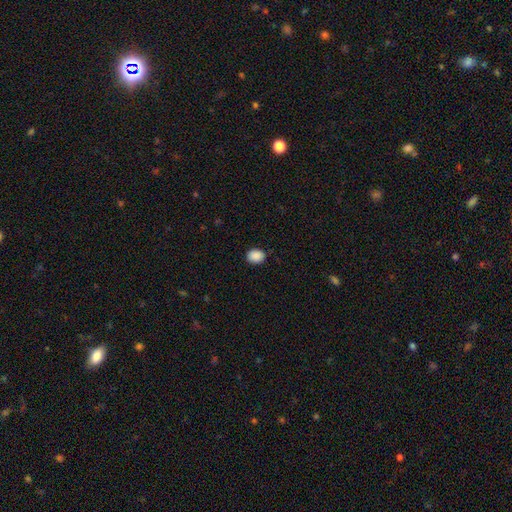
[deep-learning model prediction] smooth_or_featured: smooth (p=0.89) [alt: star or artifact p=0.08]
how_rounded: in between (p=0.56) [alt: round p=0.43]
merging: none (p=0.87) [alt: minor disturbance p=0.10]